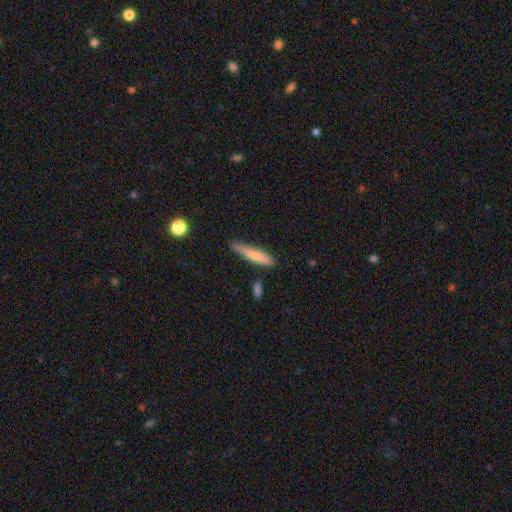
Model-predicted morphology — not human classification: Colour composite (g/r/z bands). It shows a smooth galaxy with no disk features (73%) that is cigar-shaped (87%). Merging: none (63%).